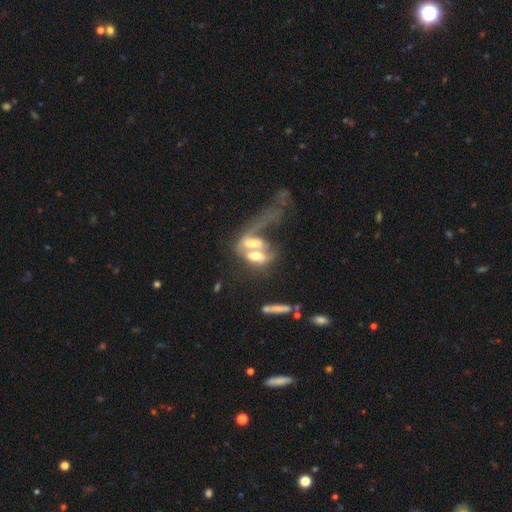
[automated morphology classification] Smooth or featured: featured or disk — 54% (smooth — 36%)
Edge-on disk: no — 76% (yes — 24%)
Merging: merger — 72% (major disturbance — 15%)